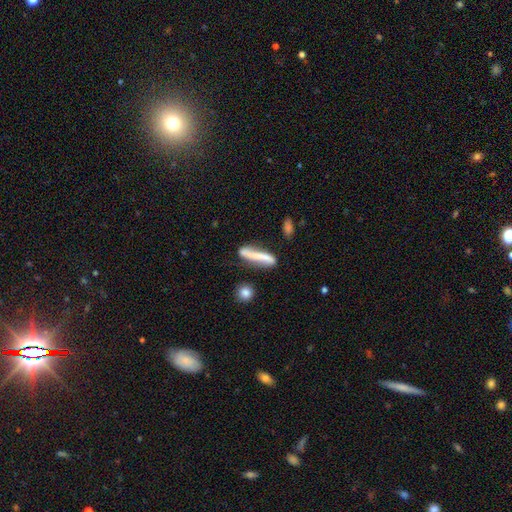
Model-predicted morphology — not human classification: This is possibly a smooth galaxy (55%). How rounded: clearly cigar-shaped (85%). Merging: likely none (61%).